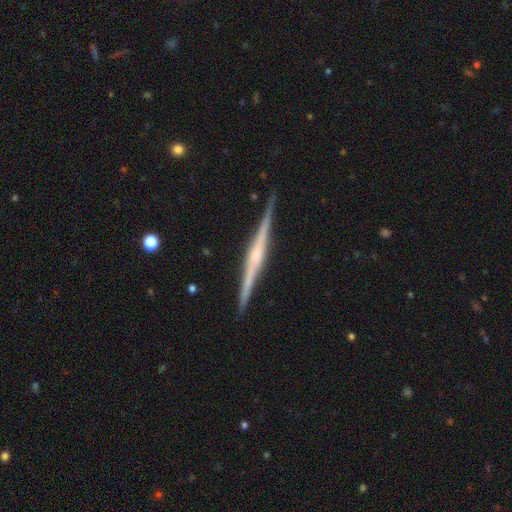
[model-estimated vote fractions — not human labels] Smooth or featured: featured or disk — 84% (smooth — 12%)
Edge-on disk: yes — 99% (no — 1%)
Edge-on bulge: rounded — 61% (none — 20%)
Merging: none — 91% (minor disturbance — 6%)